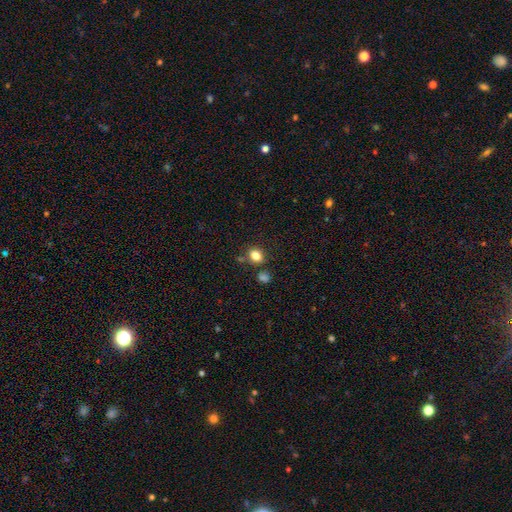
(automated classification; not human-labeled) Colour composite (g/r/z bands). It shows a smooth galaxy with no disk features (82%) that is in between round and cigar-shaped (57%). Merging: none (76%).